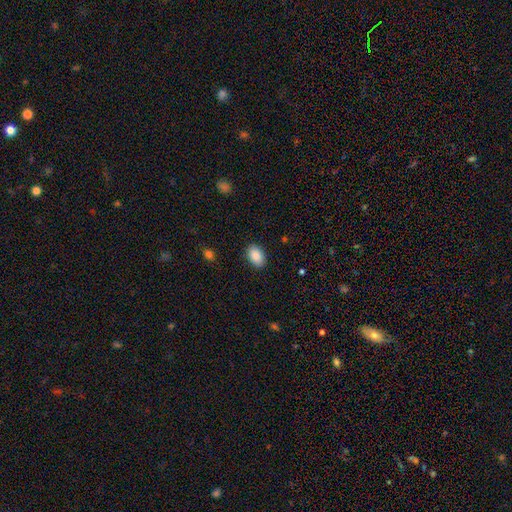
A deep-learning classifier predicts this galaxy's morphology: smooth 88%, star or artifact 7%, featured or disk 5%. Down the decision tree: how rounded — in between (88%); merging — none (88%).